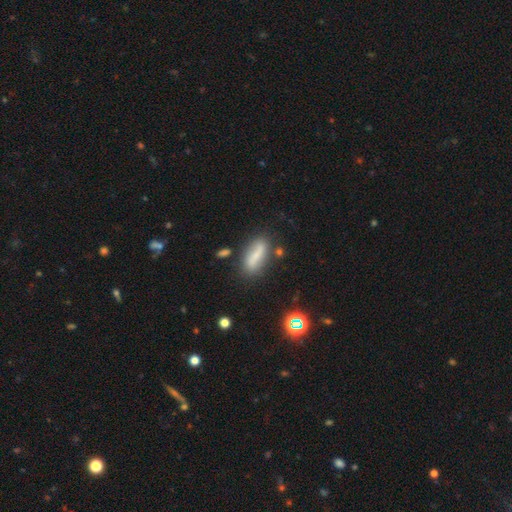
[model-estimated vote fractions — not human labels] Smooth or featured? smooth (60%)
How rounded? in between (65%)
Merging? none (68%)